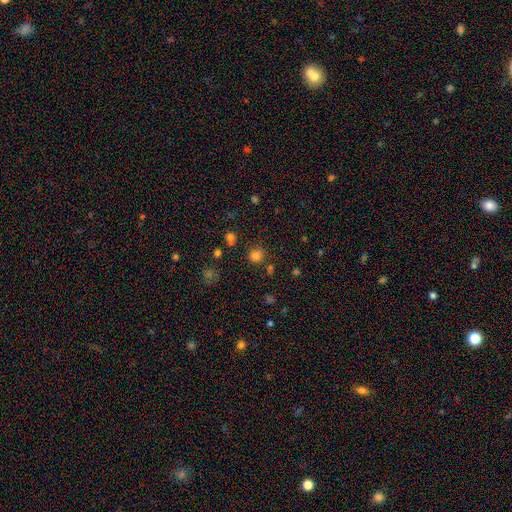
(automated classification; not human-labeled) A smooth galaxy with no disk features (79%) that is round (85%). Merging: none (77%).